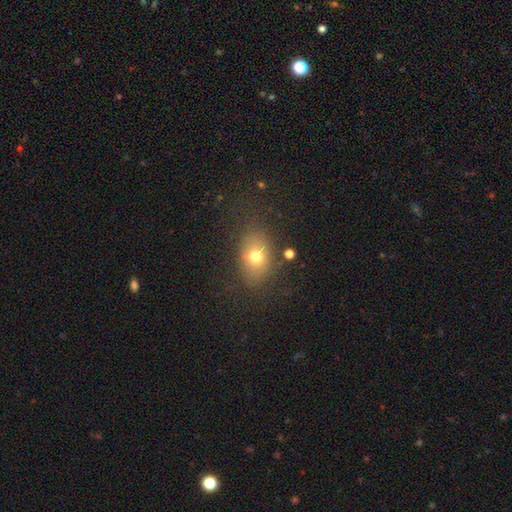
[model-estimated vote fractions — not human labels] smooth-or-featured: smooth: 64% | star or artifact: 26% | featured or disk: 10%
  how-rounded: in between: 61% | round: 36% | cigar-shaped: 2%
  merging: none: 81% | minor disturbance: 12% | major disturbance: 5% | merger: 3%